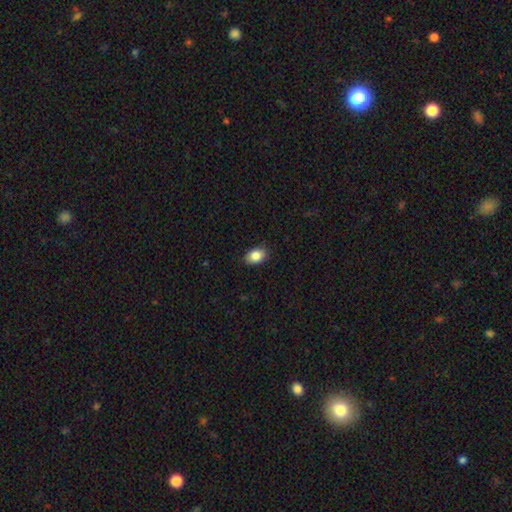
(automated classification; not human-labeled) Smooth or featured? Predicted: smooth (p=0.85). How rounded? Predicted: in between (p=0.80). Merging? Predicted: none (p=0.84).